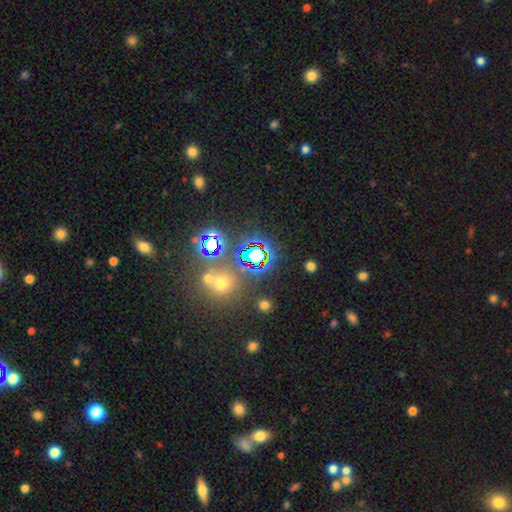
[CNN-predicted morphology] Overall: star or artifact (61%; smooth 27%).